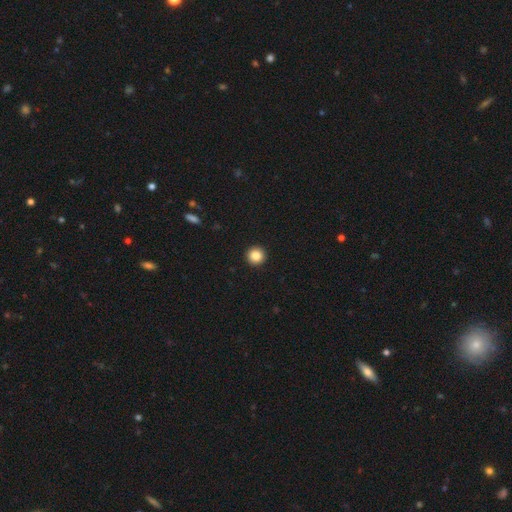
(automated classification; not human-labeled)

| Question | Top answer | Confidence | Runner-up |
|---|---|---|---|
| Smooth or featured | smooth | 85% | star or artifact (10%) |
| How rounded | round | 96% | in between (3%) |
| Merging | none | 94% | minor disturbance (3%) |